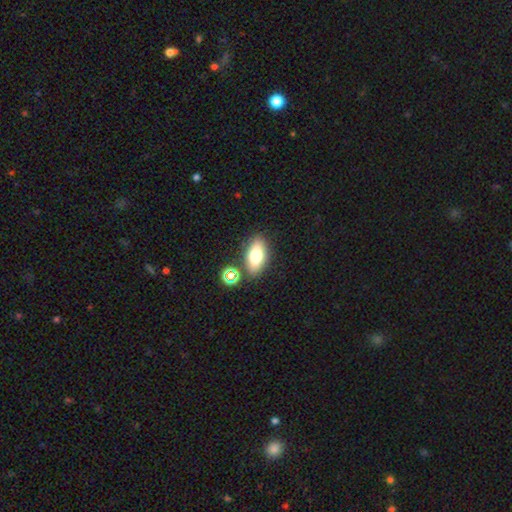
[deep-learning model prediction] Smooth or featured: smooth — 71% (featured or disk — 19%)
How rounded: in between — 84% (cigar-shaped — 9%)
Merging: none — 82% (minor disturbance — 10%)